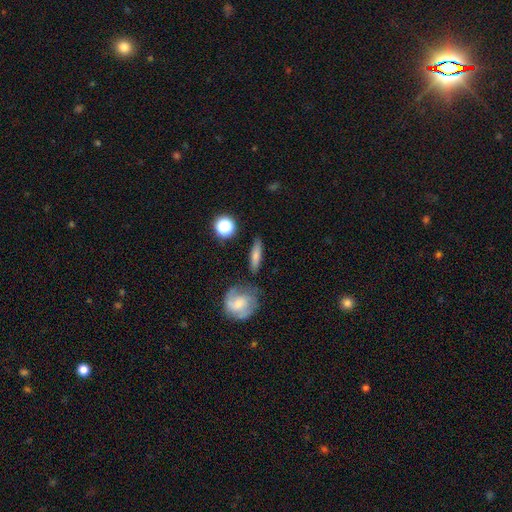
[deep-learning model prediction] Q: Smooth or featured?
A: smooth (67%); runner-up: featured or disk (25%)
Q: How rounded?
A: cigar-shaped (68%); runner-up: in between (23%)
Q: Merging?
A: none (79%); runner-up: minor disturbance (12%)